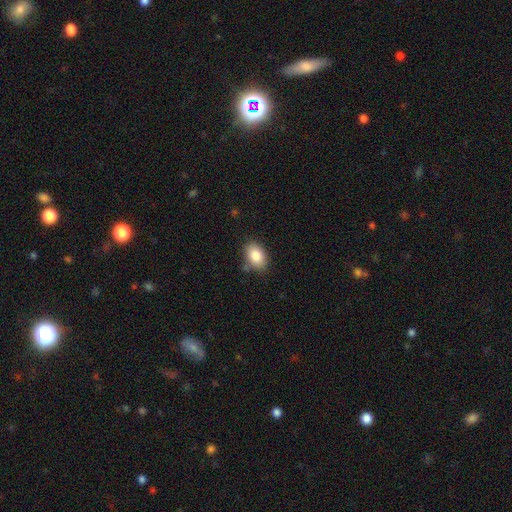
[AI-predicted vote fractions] smooth-or-featured: smooth: 85% | star or artifact: 8% | featured or disk: 8%
  how-rounded: in between: 84% | round: 15% | cigar-shaped: 1%
  merging: none: 78% | minor disturbance: 16% | merger: 3% | major disturbance: 3%